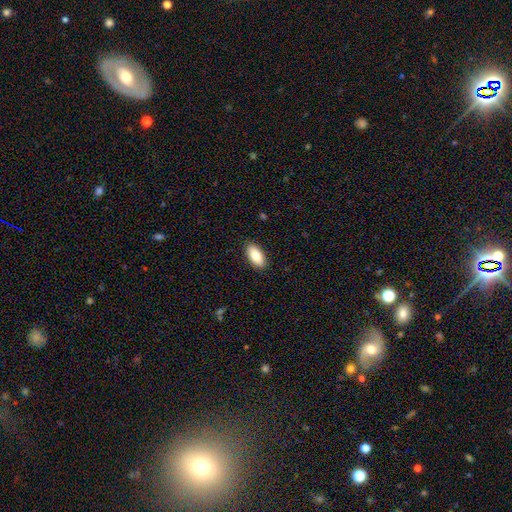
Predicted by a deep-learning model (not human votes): The model was most divided on "smooth or featured": smooth: 83%, featured or disk: 11%, star or artifact: 7%. More confident: how rounded — in between (92%); merging — none (89%).